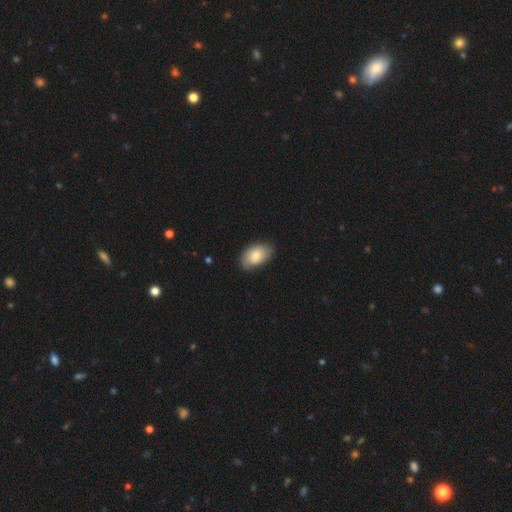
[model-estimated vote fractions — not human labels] smooth_or_featured: smooth (p=0.70) [alt: featured or disk p=0.24]
how_rounded: in between (p=0.91) [alt: round p=0.08]
merging: none (p=0.73) [alt: minor disturbance p=0.22]